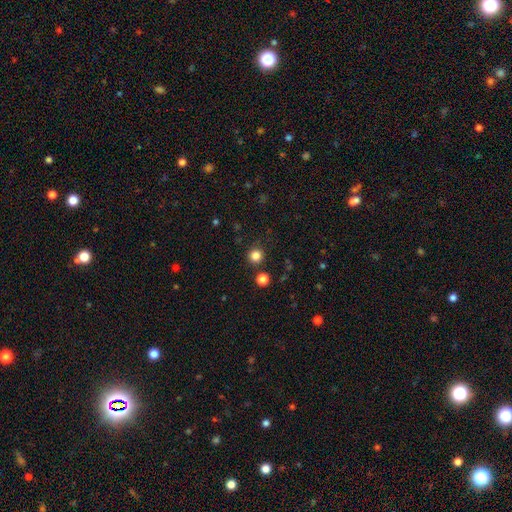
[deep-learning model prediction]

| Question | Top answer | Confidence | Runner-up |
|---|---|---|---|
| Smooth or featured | smooth | 82% | star or artifact (13%) |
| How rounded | round | 94% | in between (5%) |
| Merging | none | 88% | minor disturbance (6%) |